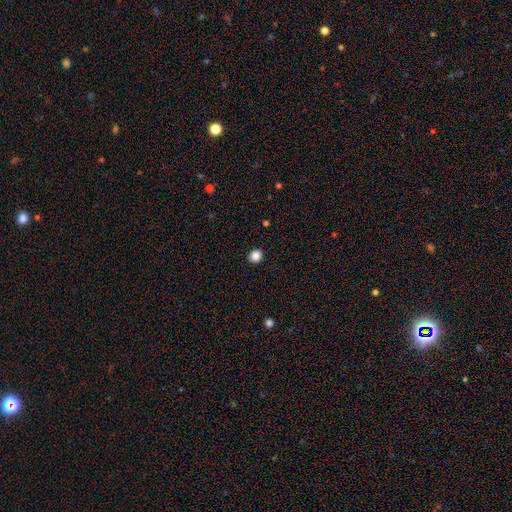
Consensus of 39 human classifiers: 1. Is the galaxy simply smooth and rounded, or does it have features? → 90% smooth, 10% star or artifact, 0% featured or disk.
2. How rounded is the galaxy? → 83% round, 17% in between, 0% cigar-shaped.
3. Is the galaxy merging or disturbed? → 94% none, 3% minor disturbance, 3% major disturbance, 0% merger.